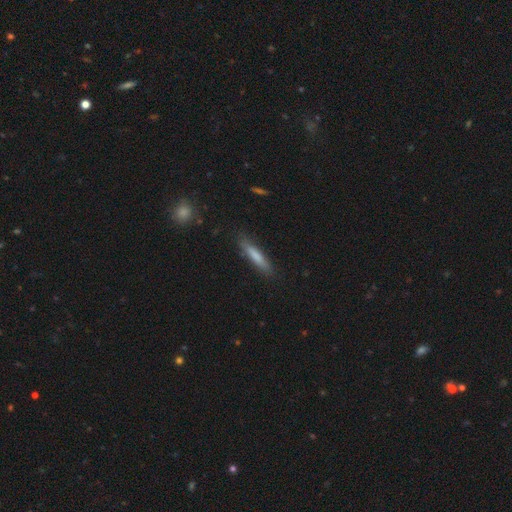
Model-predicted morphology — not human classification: Smooth or featured? Predicted: smooth (p=0.74). How rounded? Predicted: cigar-shaped (p=0.89). Merging? Predicted: none (p=0.83).